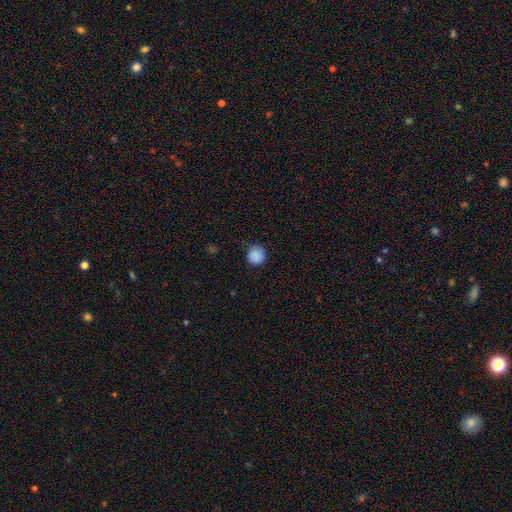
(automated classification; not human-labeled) The model was most divided on "merging": none: 79%, minor disturbance: 17%, major disturbance: 3%, merger: 1%. More confident: how rounded — round (90%); smooth or featured — smooth (87%).